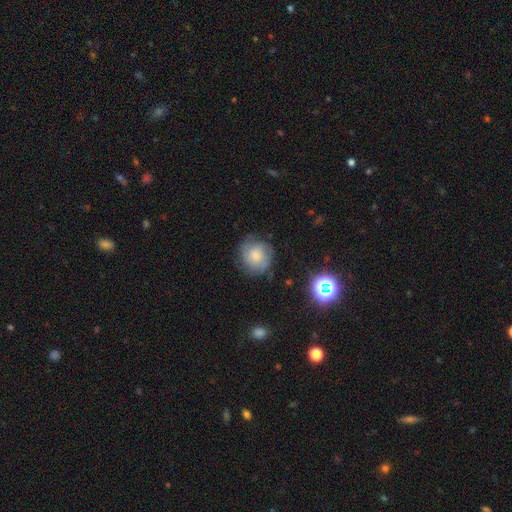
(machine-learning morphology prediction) type=featured or disk (46%); merging=none (71%).